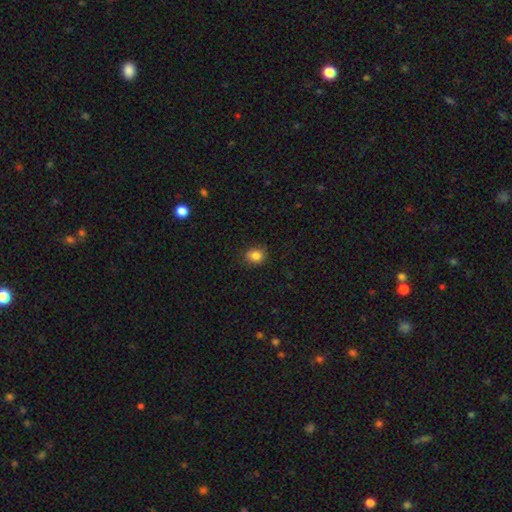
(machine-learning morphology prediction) The model was most divided on "how rounded": round: 70%, in between: 29%, cigar-shaped: 1%. More confident: smooth or featured — smooth (84%); merging — none (81%).